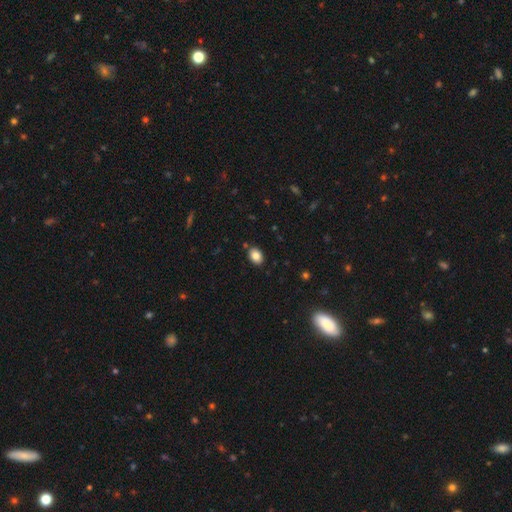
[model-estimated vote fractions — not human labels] This is clearly a smooth galaxy (84%). How rounded: likely in between (72%). Merging: clearly none (85%).